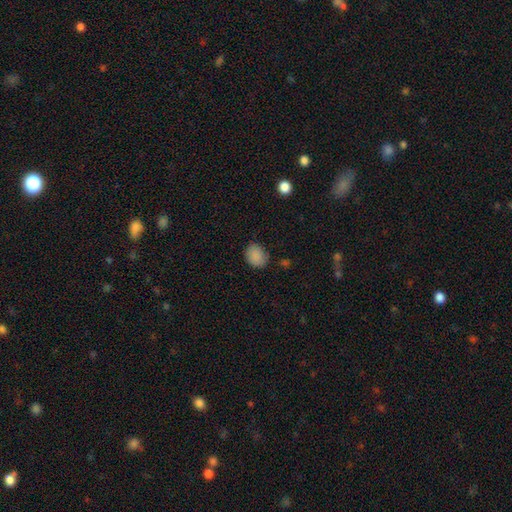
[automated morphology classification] type=smooth (87%); roundness=in between (50%); merging=none (78%).